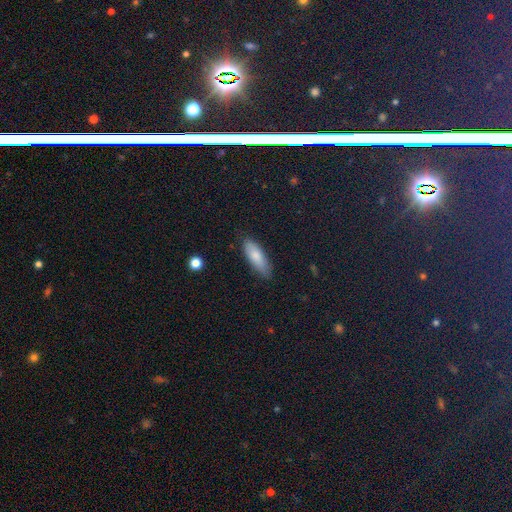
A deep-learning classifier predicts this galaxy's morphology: Smooth or featured? Predicted: smooth (p=0.81). How rounded? Predicted: in between (p=0.61). Merging? Predicted: none (p=0.80).